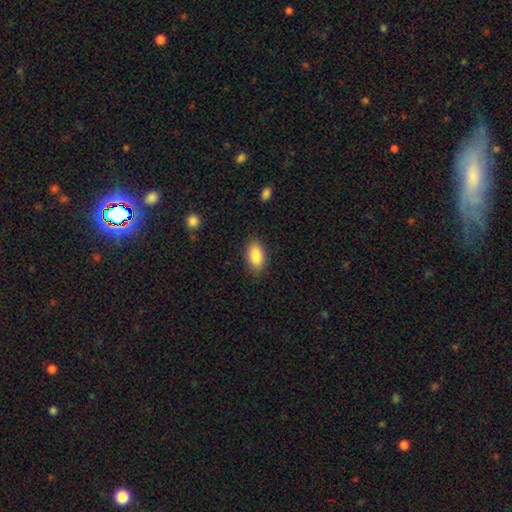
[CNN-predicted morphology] Smooth or featured?
  - smooth: 88% *
  - star or artifact: 7%
  - featured or disk: 6%
How rounded?
  - in between: 93% *
  - round: 4%
  - cigar-shaped: 3%
Merging?
  - none: 86% *
  - minor disturbance: 10%
  - major disturbance: 3%
  - merger: 1%